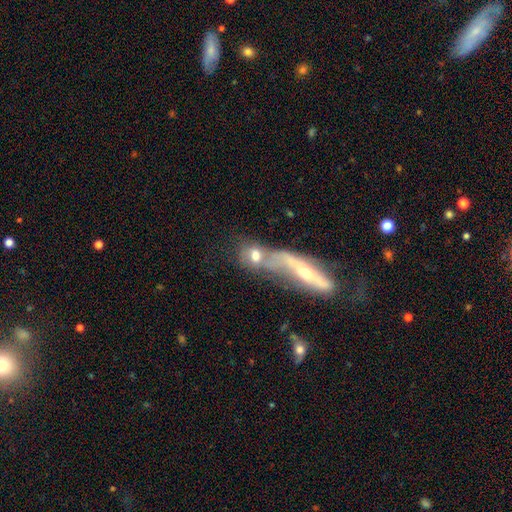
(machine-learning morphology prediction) Smooth or featured?
  - smooth: 53% *
  - featured or disk: 36%
  - star or artifact: 11%
How rounded?
  - in between: 55% *
  - round: 34%
  - cigar-shaped: 11%
Merging?
  - merger: 61% *
  - none: 21%
  - major disturbance: 10%
  - minor disturbance: 8%